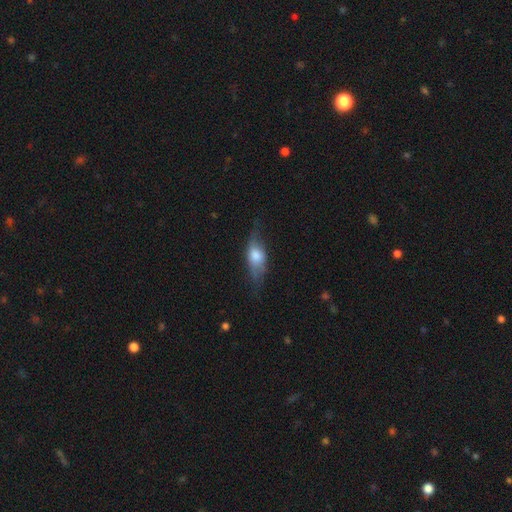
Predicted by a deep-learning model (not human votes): This is possibly a smooth galaxy (55%). How rounded: likely in between (73%). Merging: possibly none (59%).